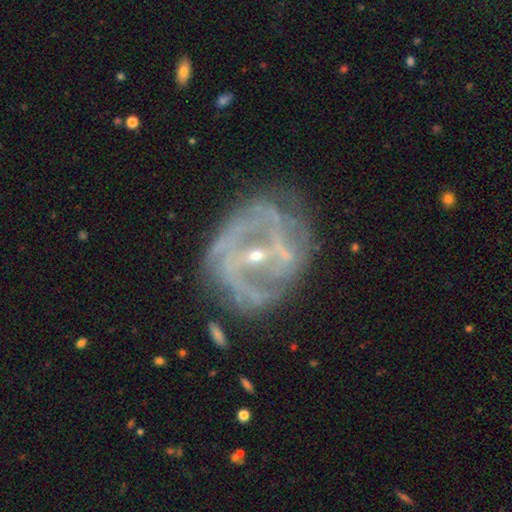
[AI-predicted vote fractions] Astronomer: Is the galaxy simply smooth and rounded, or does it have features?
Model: featured or disk — 86%.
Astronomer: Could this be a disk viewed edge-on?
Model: no — 96%.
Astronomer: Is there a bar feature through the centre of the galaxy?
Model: strong — 50% (runner-up: weak, 34%).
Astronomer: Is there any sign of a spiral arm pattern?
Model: yes — 83%.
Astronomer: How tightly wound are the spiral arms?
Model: tight — 44% (runner-up: medium, 40%).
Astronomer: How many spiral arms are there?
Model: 2 — 45% (runner-up: can't tell, 27%).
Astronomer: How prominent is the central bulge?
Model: small — 73%.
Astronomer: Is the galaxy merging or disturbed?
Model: none — 61%.